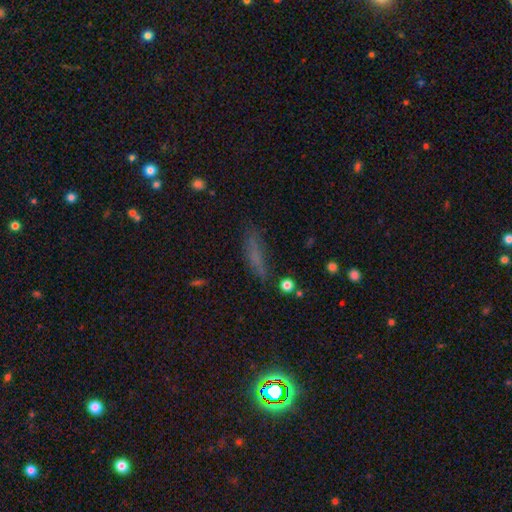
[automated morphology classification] Overall: smooth (59%; star or artifact 22%). How rounded: cigar-shaped (66%; in between 30%). Merging: none (63%).